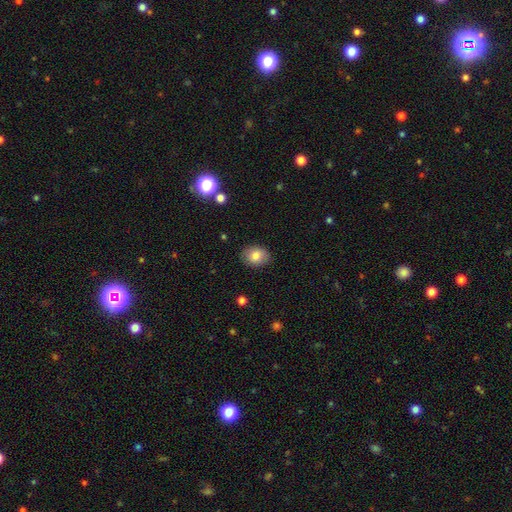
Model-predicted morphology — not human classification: Smooth or featured? Predicted: smooth (p=0.82). How rounded? Predicted: in between (p=0.63). Merging? Predicted: none (p=0.87).